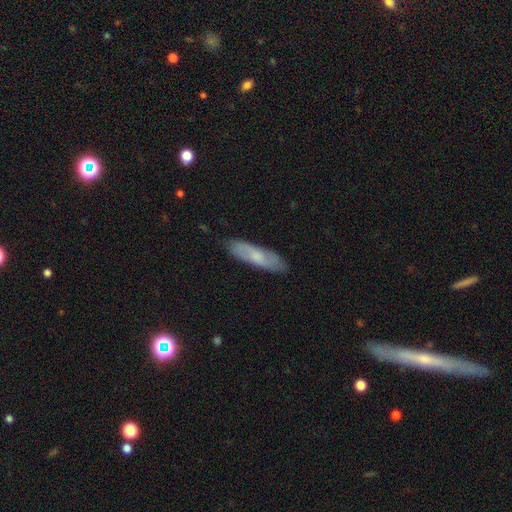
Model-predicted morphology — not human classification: smooth-or-featured: smooth: 60% | featured or disk: 34% | star or artifact: 7%
  how-rounded: cigar-shaped: 67% | in between: 32% | round: 2%
  merging: none: 85% | minor disturbance: 12% | major disturbance: 2% | merger: 1%